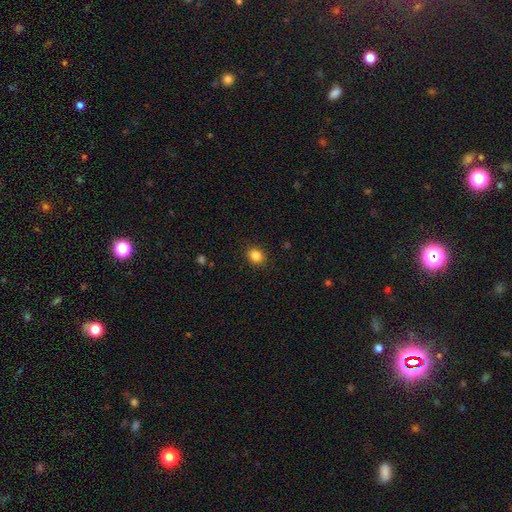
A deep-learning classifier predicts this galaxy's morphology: This is clearly a smooth galaxy (85%). How rounded: possibly round (59%). Merging: clearly none (89%).